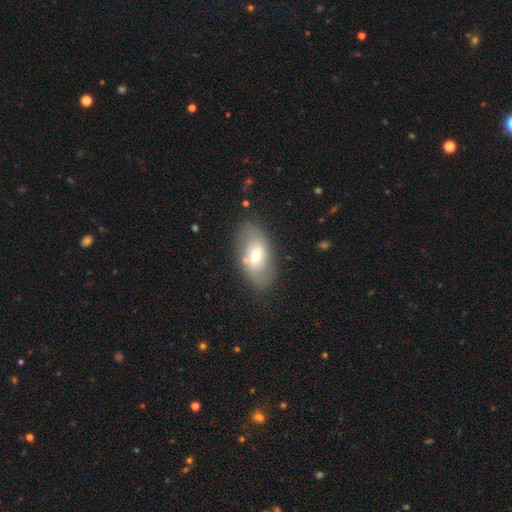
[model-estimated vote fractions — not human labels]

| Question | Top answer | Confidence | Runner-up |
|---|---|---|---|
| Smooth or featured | smooth | 59% | featured or disk (33%) |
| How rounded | in between | 92% | round (5%) |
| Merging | none | 76% | minor disturbance (16%) |